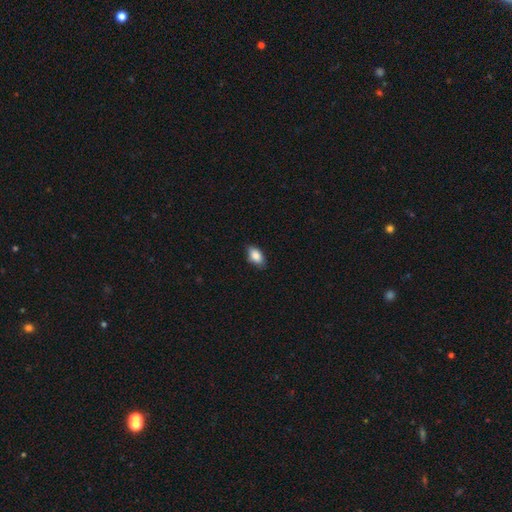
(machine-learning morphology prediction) The model was most divided on "merging": none: 82%, minor disturbance: 15%, major disturbance: 2%, merger: 1%. More confident: how rounded — in between (91%); smooth or featured — smooth (86%).